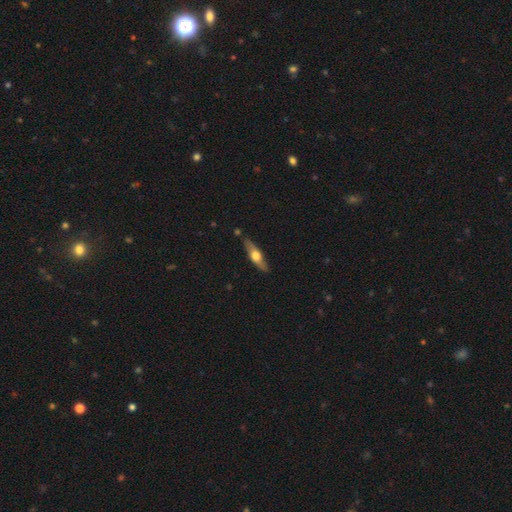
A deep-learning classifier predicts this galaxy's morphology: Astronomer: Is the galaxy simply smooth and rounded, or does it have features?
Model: featured or disk — 50% (runner-up: smooth, 45%).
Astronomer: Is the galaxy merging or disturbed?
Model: none — 84%.